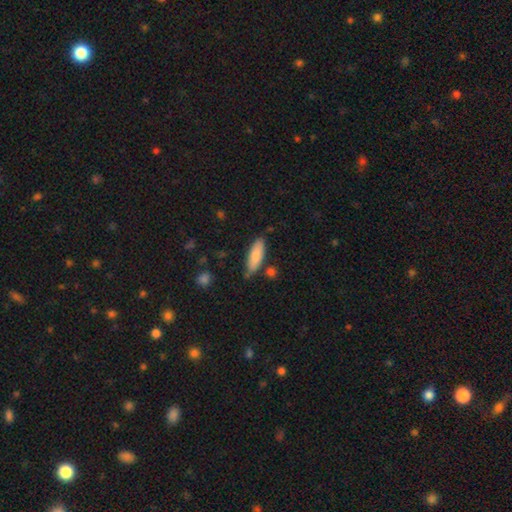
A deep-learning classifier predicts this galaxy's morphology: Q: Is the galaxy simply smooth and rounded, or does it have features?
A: smooth — 83%.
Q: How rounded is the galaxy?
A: in between — 58%.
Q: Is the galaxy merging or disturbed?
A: none — 76%.